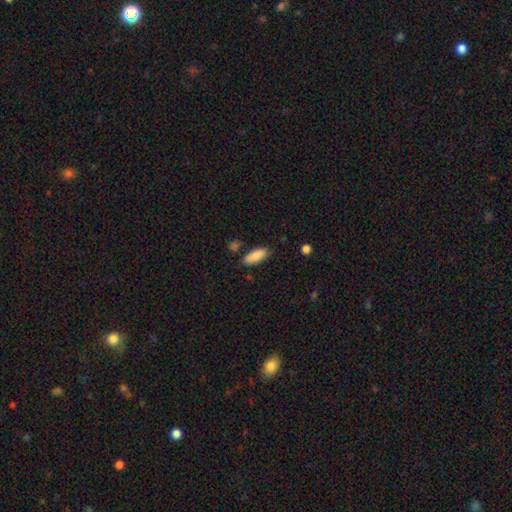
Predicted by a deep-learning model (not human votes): A smooth galaxy with no disk features (86%) that is in between round and cigar-shaped (74%).

Vote fractions:
- Smooth or featured? smooth: 86% / featured or disk: 7% / star or artifact: 6%
- How rounded? in between: 74% / cigar-shaped: 24% / round: 2%
- Merging? none: 75% / minor disturbance: 16% / merger: 5% / major disturbance: 3%